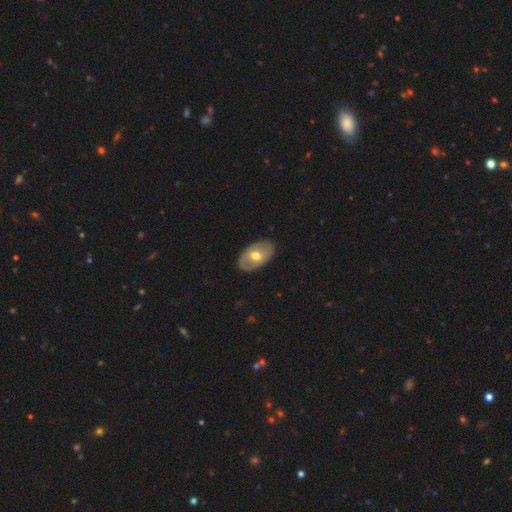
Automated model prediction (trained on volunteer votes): A featured or disk galaxy (51%).

Vote fractions:
- Smooth or featured? featured or disk: 51% / smooth: 44% / star or artifact: 6%
- Edge-on disk? no: 89% / yes: 11%
- Merging? none: 82% / minor disturbance: 14% / major disturbance: 3% / merger: 1%